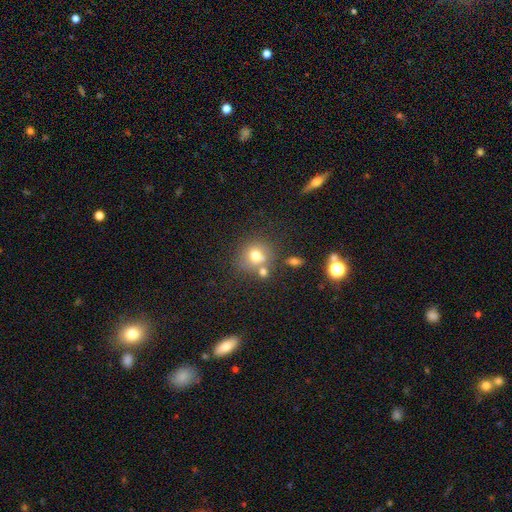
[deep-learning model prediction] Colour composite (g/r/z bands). It shows a smooth galaxy with no disk features (71%) that is round (79%). Merging: none (57%).